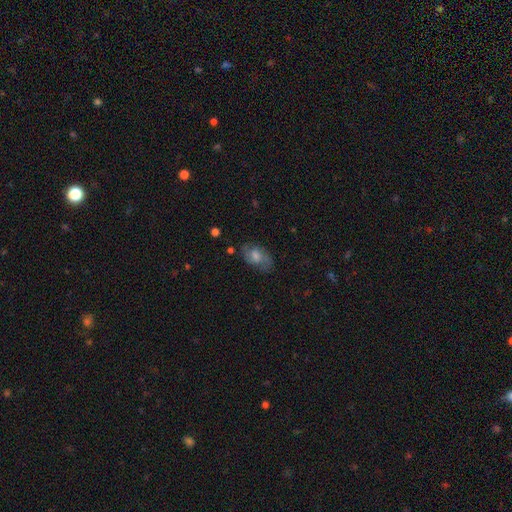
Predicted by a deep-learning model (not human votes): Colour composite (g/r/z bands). It shows a featured or disk galaxy (52%). Merging: none (74%).